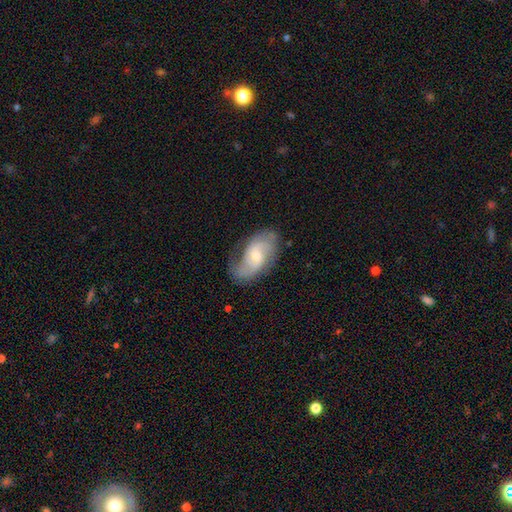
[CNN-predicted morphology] A featured or disk galaxy (77%) with no bar (52%), 2 (74%) medium (46%) spiral arms (93%) and a small central bulge (49%).

Vote fractions:
- Smooth or featured? featured or disk: 77% / smooth: 18% / star or artifact: 6%
- Edge-on disk? no: 96% / yes: 4%
- Bar? no: 52% / weak: 41% / strong: 7%
- Spiral arms? yes: 93% / no: 7%
- Spiral winding? medium: 46% / loose: 32% / tight: 22%
- Spiral arm count? 2: 74% / can't tell: 12% / 3: 6% / 1: 4% / 4: 2% / more than 4: 2%
- Bulge size? small: 49% / moderate: 45% / large: 3% / none: 2% / dominant: 1%
- Merging? none: 68% / minor disturbance: 22% / major disturbance: 9% / merger: 2%